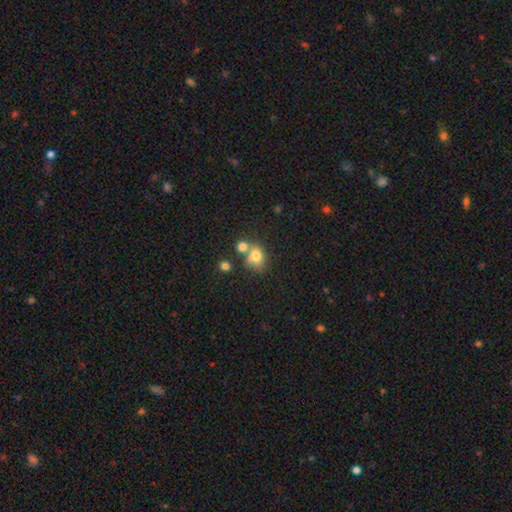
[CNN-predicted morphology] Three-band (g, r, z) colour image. It shows a smooth galaxy with no disk features (75%) that is in between round and cigar-shaped (50%). Merging: merger (39%).